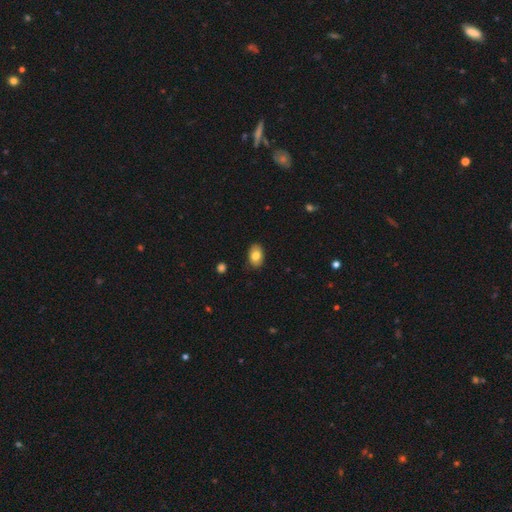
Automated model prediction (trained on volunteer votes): smooth-or-featured: smooth: 82% | featured or disk: 11% | star or artifact: 8%
  how-rounded: in between: 87% | round: 12% | cigar-shaped: 1%
  merging: none: 85% | minor disturbance: 11% | major disturbance: 2% | merger: 1%